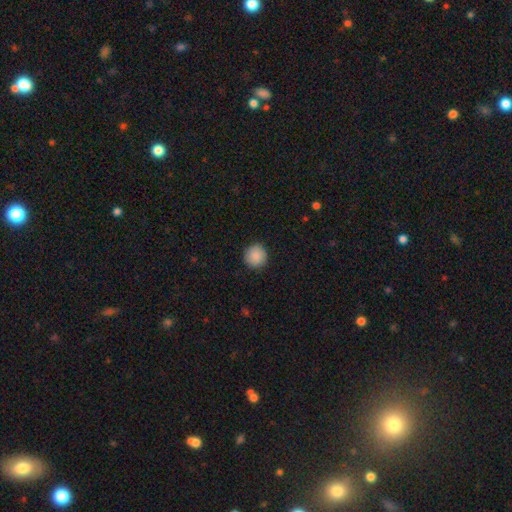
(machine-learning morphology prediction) This appears to be a smooth galaxy with no disk features (89%) that is round (95%). Merging: none (91%).